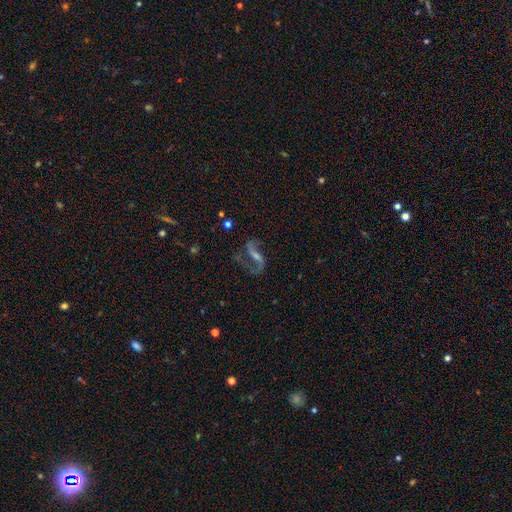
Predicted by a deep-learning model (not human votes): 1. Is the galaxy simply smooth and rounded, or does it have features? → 82% featured or disk, 9% star or artifact, 9% smooth.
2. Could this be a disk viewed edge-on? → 95% no, 5% yes.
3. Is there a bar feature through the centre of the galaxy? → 40% weak, 39% strong, 22% no.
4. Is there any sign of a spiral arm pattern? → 93% yes, 7% no.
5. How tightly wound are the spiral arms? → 65% loose, 28% medium, 7% tight.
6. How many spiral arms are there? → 87% 2, 7% 1, 3% can't tell, 1% 3, 1% 4, 1% more than 4.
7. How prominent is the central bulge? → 50% small, 28% moderate, 17% none, 4% large, 1% dominant.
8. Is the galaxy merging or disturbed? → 61% none, 20% major disturbance, 16% minor disturbance, 3% merger.